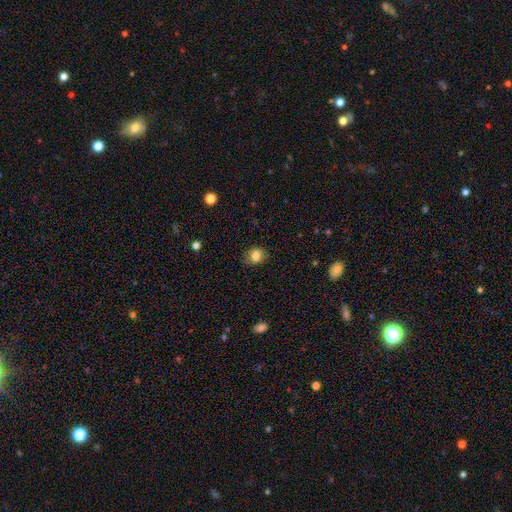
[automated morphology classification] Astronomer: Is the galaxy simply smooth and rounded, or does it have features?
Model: smooth — 81%.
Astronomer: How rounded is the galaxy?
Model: round — 52% (runner-up: in between, 47%).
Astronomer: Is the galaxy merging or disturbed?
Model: none — 77%.